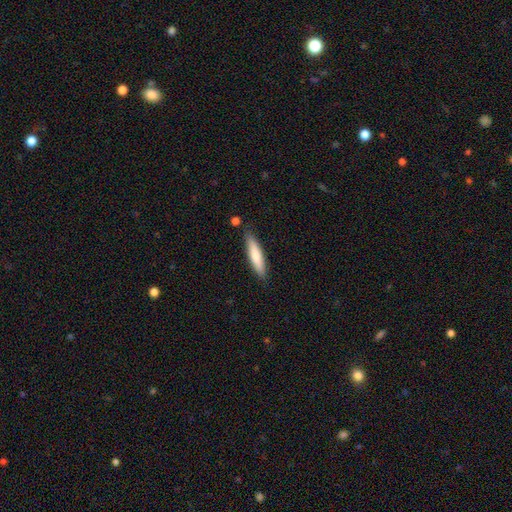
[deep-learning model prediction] A smooth galaxy with no disk features (77%) that is cigar-shaped (84%).

Vote fractions:
- Smooth or featured? smooth: 77% / featured or disk: 18% / star or artifact: 5%
- How rounded? cigar-shaped: 84% / in between: 15% / round: 1%
- Merging? none: 84% / minor disturbance: 11% / merger: 3% / major disturbance: 2%